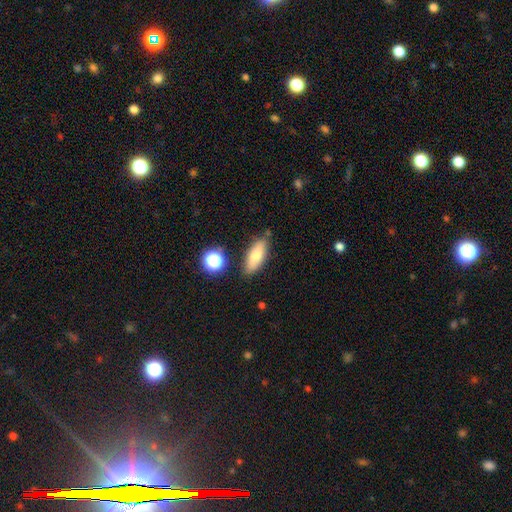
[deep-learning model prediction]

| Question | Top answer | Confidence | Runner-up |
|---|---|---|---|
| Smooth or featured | smooth | 75% | featured or disk (16%) |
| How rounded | in between | 71% | cigar-shaped (26%) |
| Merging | none | 78% | minor disturbance (14%) |